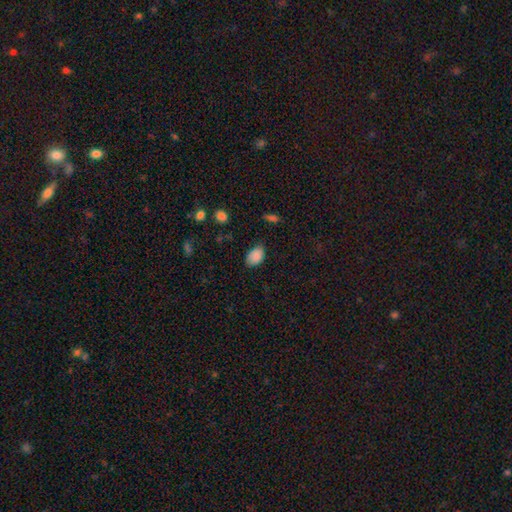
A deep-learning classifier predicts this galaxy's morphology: A smooth galaxy with no disk features (87%) that is in between round and cigar-shaped (87%).

Vote fractions:
- Smooth or featured? smooth: 87% / star or artifact: 8% / featured or disk: 5%
- How rounded? in between: 87% / round: 12% / cigar-shaped: 1%
- Merging? none: 72% / minor disturbance: 22% / major disturbance: 4% / merger: 2%